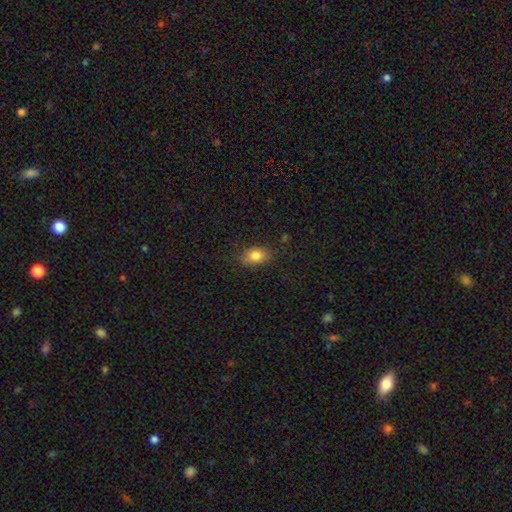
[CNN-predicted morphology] Q: Smooth or featured?
A: smooth (83%); runner-up: star or artifact (9%)
Q: How rounded?
A: in between (77%); runner-up: round (21%)
Q: Merging?
A: none (80%); runner-up: minor disturbance (15%)